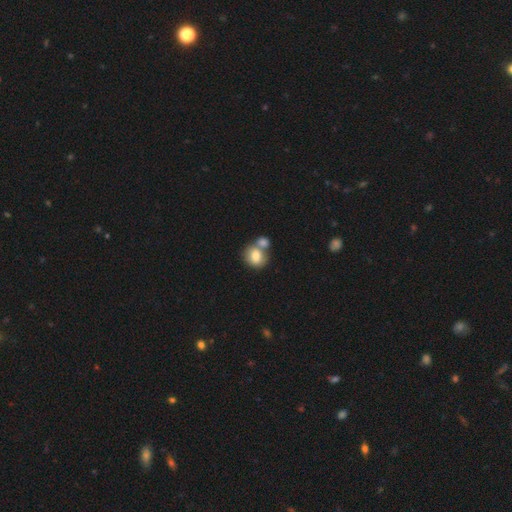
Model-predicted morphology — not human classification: This appears to be a smooth galaxy with no disk features (79%) that is round (64%). Merging: merger (54%).